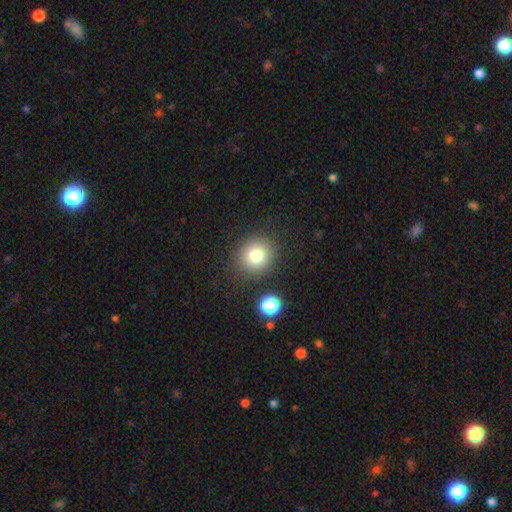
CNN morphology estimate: smooth 79%, star or artifact 13%, featured or disk 8%. Down the decision tree: how rounded — round (86%); merging — none (86%).